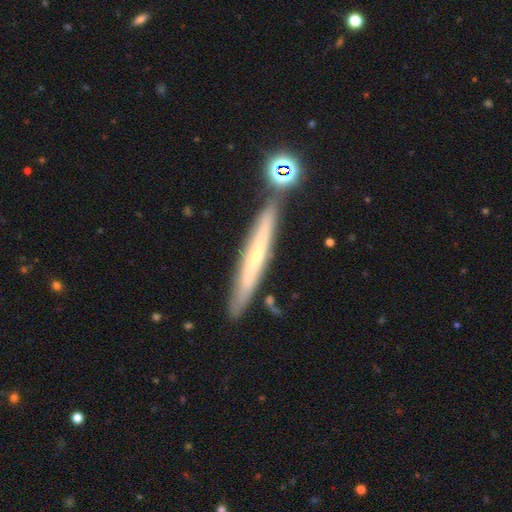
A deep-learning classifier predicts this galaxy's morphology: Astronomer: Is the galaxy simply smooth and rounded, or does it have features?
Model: featured or disk — 58% (runner-up: smooth, 33%).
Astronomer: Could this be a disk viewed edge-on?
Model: yes — 88%.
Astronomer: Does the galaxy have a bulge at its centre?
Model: rounded — 50% (runner-up: none, 45%).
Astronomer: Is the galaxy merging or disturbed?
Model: none — 81%.